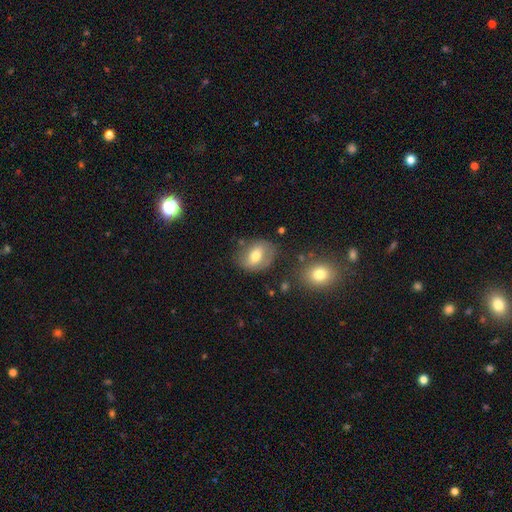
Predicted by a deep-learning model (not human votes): Smooth or featured?
  - smooth: 58% *
  - featured or disk: 34%
  - star or artifact: 8%
How rounded?
  - in between: 58% *
  - round: 41%
  - cigar-shaped: 1%
Merging?
  - none: 69% *
  - minor disturbance: 20%
  - major disturbance: 7%
  - merger: 4%